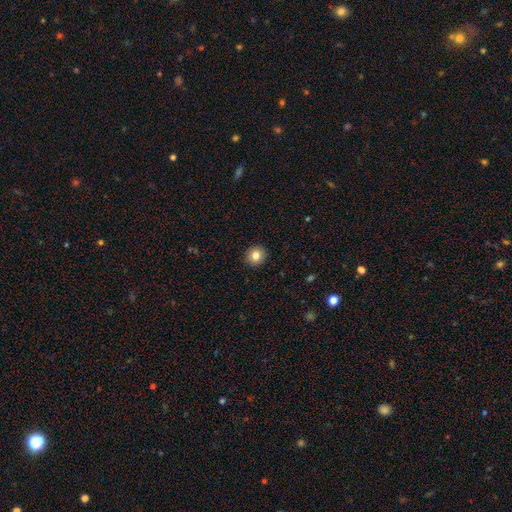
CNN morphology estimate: smooth-or-featured: smooth: 83% | star or artifact: 10% | featured or disk: 7%
  how-rounded: round: 89% | in between: 10% | cigar-shaped: 1%
  merging: none: 92% | minor disturbance: 6% | major disturbance: 2% | merger: 1%